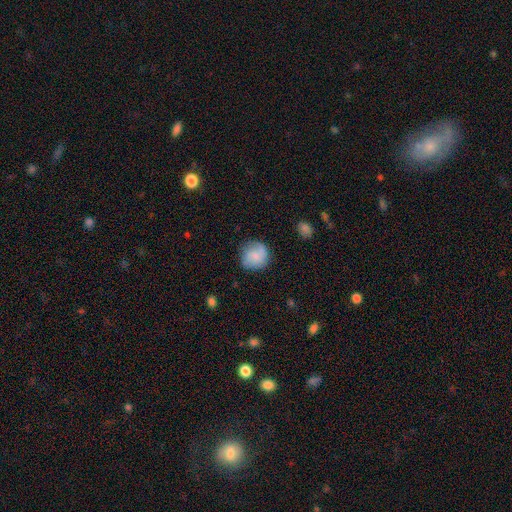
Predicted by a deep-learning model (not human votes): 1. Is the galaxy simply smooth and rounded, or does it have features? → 65% smooth, 28% featured or disk, 7% star or artifact.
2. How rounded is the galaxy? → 89% round, 10% in between, 1% cigar-shaped.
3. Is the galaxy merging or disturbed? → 76% none, 17% minor disturbance, 6% major disturbance, 2% merger.